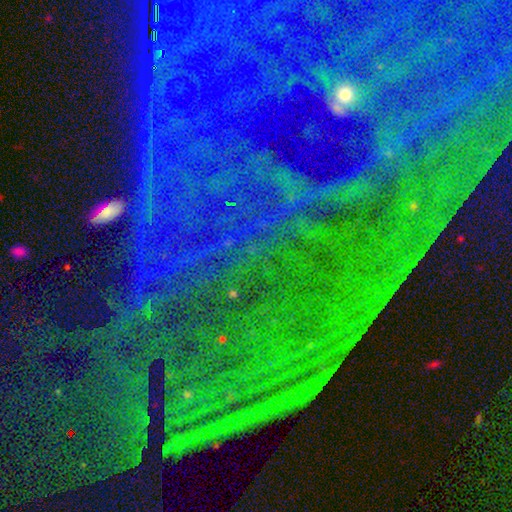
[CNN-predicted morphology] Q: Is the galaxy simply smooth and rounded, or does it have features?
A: star or artifact — 83%.